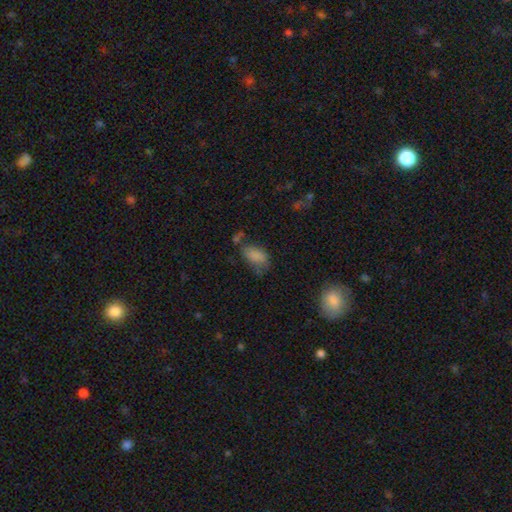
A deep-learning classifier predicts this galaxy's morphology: smooth-or-featured: smooth: 80% | featured or disk: 10% | star or artifact: 10%
  how-rounded: in between: 92% | round: 6% | cigar-shaped: 2%
  merging: none: 44% | minor disturbance: 30% | major disturbance: 16% | merger: 10%